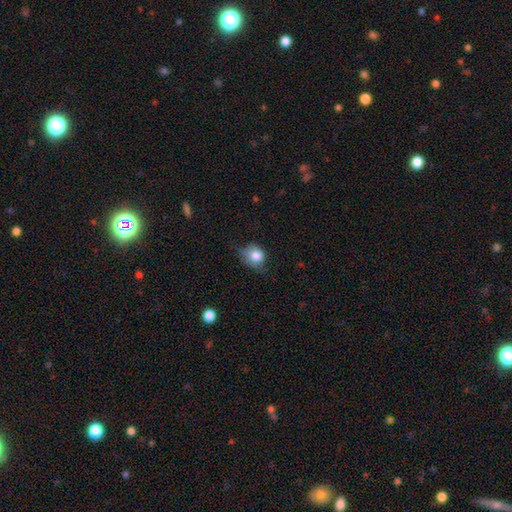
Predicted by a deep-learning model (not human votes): This is clearly a smooth galaxy (80%). How rounded: likely round (62%). Merging: marginally minor disturbance (42%).